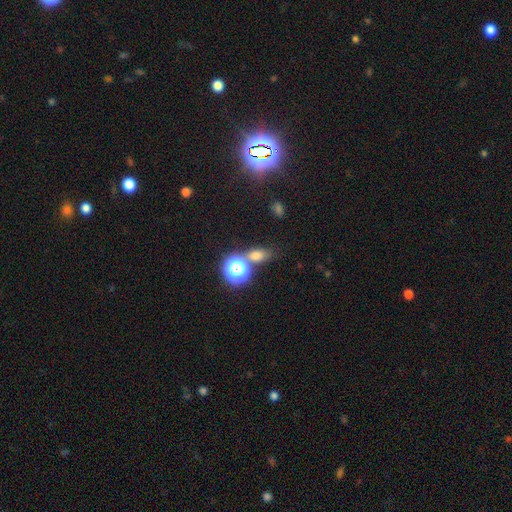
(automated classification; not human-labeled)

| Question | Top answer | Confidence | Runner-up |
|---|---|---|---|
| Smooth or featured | smooth | 68% | star or artifact (23%) |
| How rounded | in between | 63% | round (34%) |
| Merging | none | 59% | merger (21%) |